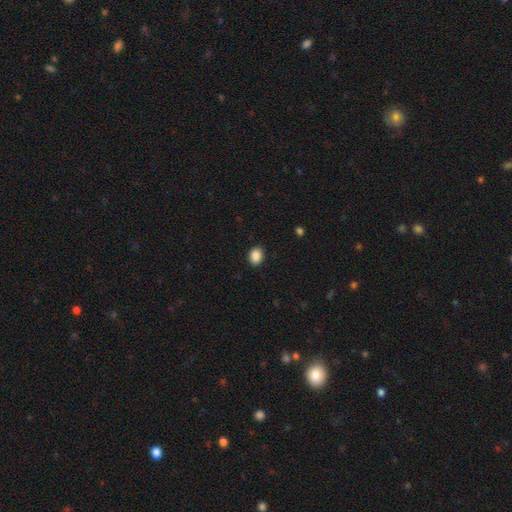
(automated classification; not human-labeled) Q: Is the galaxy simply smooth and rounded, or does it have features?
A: smooth — 88%.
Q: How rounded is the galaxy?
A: in between — 66%.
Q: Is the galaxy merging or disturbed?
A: none — 89%.